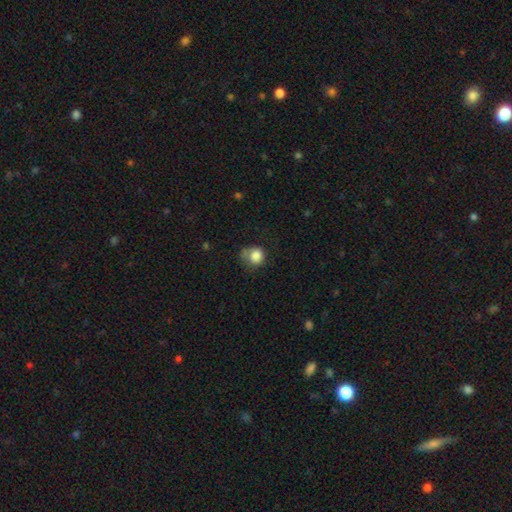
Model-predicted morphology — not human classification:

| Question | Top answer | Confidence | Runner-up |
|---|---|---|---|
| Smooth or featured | smooth | 83% | star or artifact (10%) |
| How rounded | round | 82% | in between (17%) |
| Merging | none | 49% | minor disturbance (30%) |